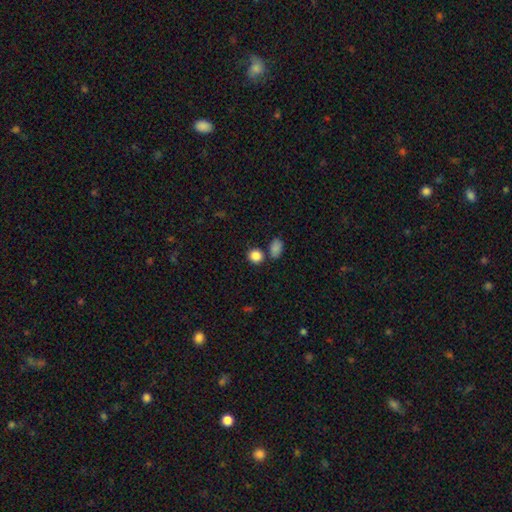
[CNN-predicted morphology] A smooth galaxy with no disk features (86%) that is round (71%).

Vote fractions:
- Smooth or featured? smooth: 86% / star or artifact: 10% / featured or disk: 4%
- How rounded? round: 71% / in between: 28% / cigar-shaped: 1%
- Merging? none: 70% / merger: 16% / minor disturbance: 11% / major disturbance: 4%